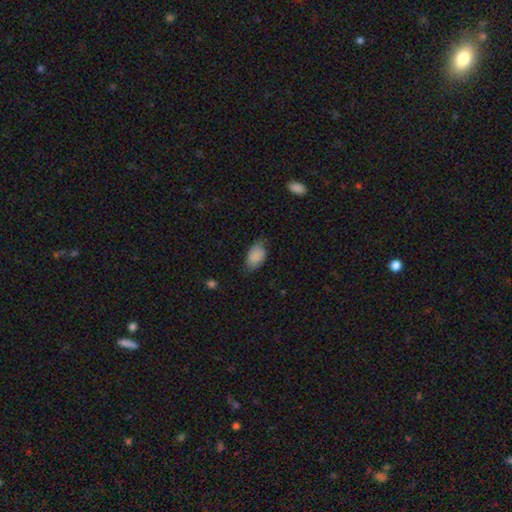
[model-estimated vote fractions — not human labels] Overall: smooth (86%). How rounded: in between (91%). Merging: none (65%; minor disturbance 27%).